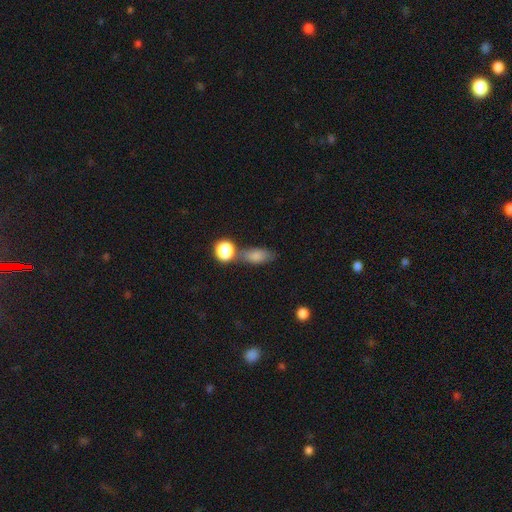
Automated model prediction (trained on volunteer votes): Smooth or featured?
  - smooth: 80% *
  - featured or disk: 10%
  - star or artifact: 10%
How rounded?
  - in between: 77% *
  - round: 12%
  - cigar-shaped: 11%
Merging?
  - none: 55% *
  - merger: 21%
  - minor disturbance: 17%
  - major disturbance: 7%